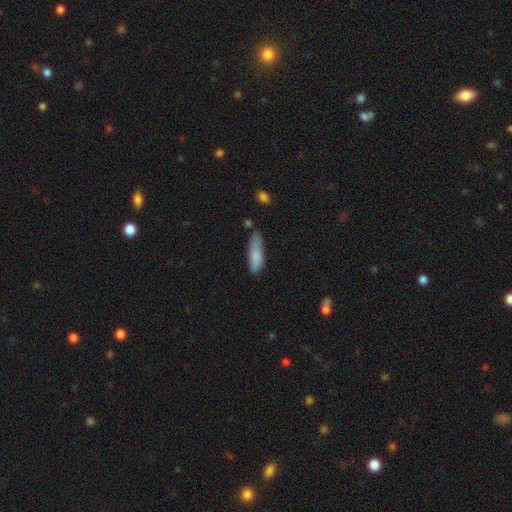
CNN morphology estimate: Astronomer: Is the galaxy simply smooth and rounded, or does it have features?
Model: smooth — 83%.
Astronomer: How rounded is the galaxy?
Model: cigar-shaped — 53% (runner-up: in between, 45%).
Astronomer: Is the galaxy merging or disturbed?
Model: none — 60%.